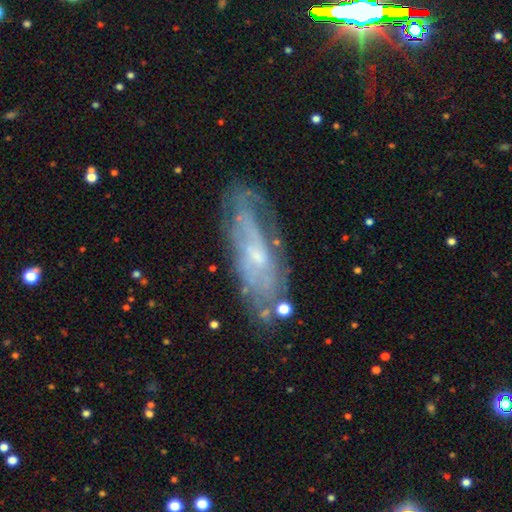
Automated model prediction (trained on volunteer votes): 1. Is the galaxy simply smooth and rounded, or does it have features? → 69% featured or disk, 23% smooth, 9% star or artifact.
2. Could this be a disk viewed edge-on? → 75% no, 25% yes.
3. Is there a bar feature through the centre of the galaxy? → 69% no, 25% weak, 6% strong.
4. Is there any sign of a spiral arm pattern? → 72% yes, 28% no.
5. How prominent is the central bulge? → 67% small, 22% moderate, 8% none, 2% large, 1% dominant.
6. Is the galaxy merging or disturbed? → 69% none, 20% minor disturbance, 7% major disturbance, 3% merger.